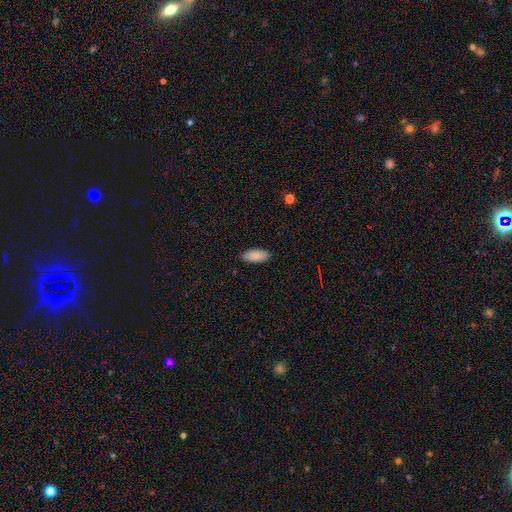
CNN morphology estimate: type=smooth (88%); roundness=in between (87%); merging=none (89%).